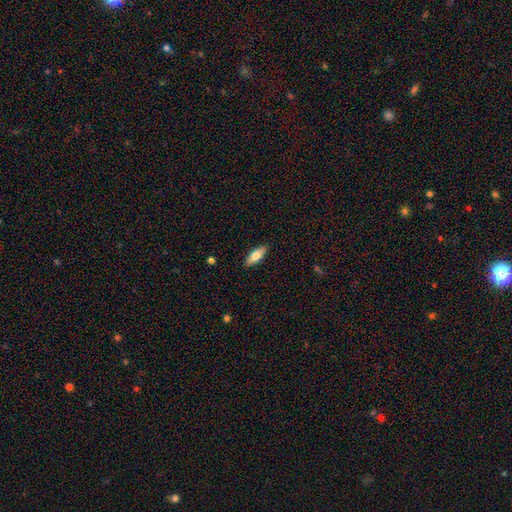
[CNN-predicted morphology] This is likely a smooth galaxy (66%). How rounded: likely in between (60%). Merging: clearly none (89%).